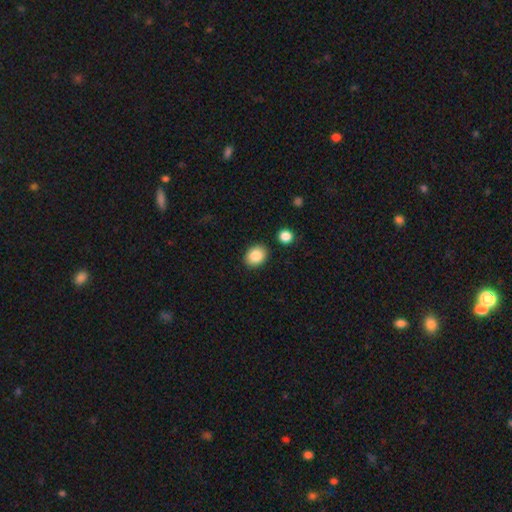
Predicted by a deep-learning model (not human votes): This is clearly a smooth galaxy (86%). How rounded: likely in between (60%). Merging: clearly none (87%).